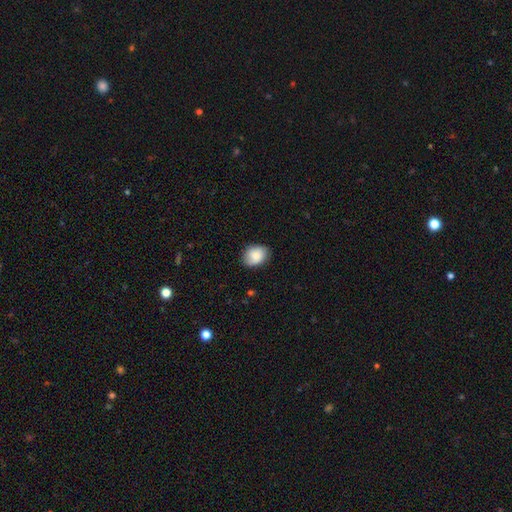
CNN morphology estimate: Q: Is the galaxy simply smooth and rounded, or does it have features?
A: smooth — 82%.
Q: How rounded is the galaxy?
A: in between — 61%.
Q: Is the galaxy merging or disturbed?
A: none — 82%.